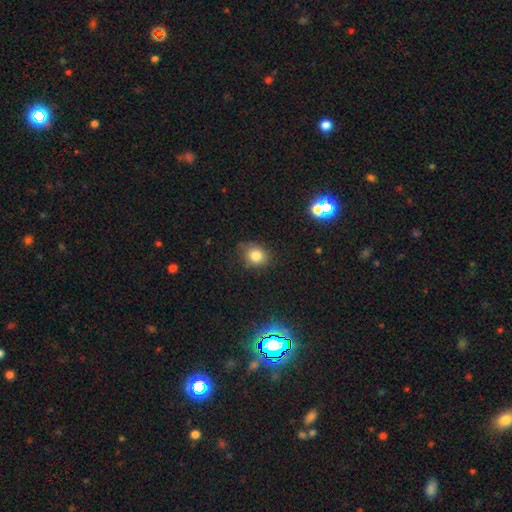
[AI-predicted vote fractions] This is clearly a smooth galaxy (81%). How rounded: likely round (72%). Merging: likely none (74%).